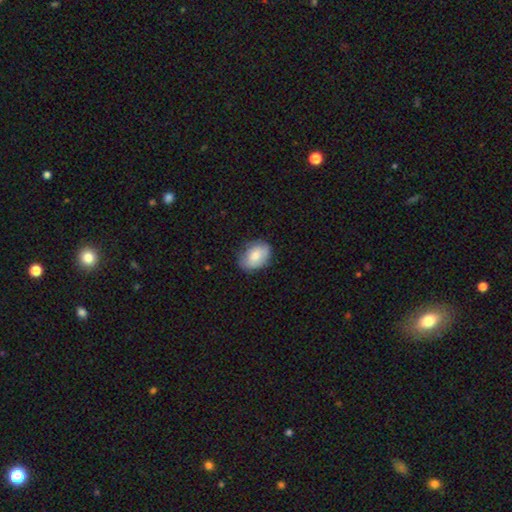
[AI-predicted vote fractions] smooth-or-featured: smooth: 76% | featured or disk: 18% | star or artifact: 7%
  how-rounded: in between: 76% | round: 23% | cigar-shaped: 1%
  merging: none: 74% | minor disturbance: 21% | major disturbance: 4% | merger: 1%